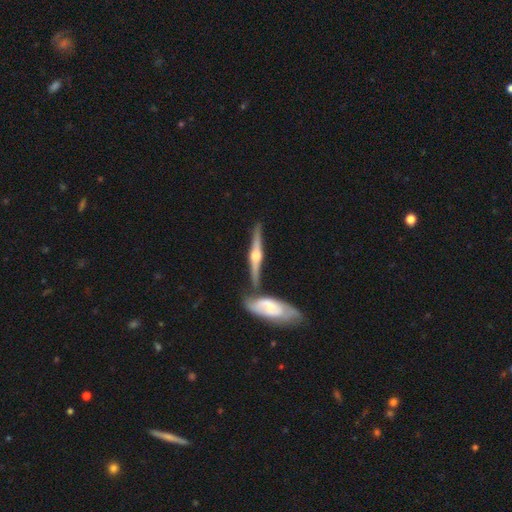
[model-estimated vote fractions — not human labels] Overall: featured or disk (82%). Edge-on disk: yes (97%). Edge-on bulge: rounded (89%). Merging: none (74%).